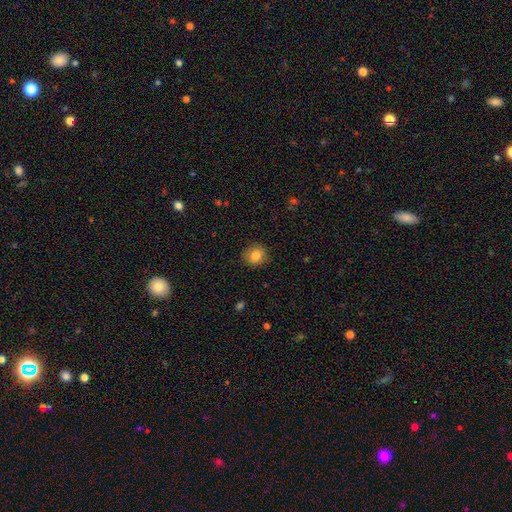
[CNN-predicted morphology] smooth 83%, star or artifact 9%, featured or disk 8%. Down the decision tree: how rounded — round (77%); merging — none (87%).